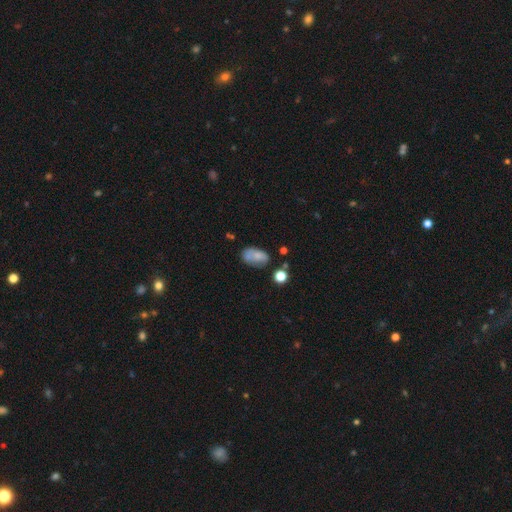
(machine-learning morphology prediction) Smooth or featured: smooth — 65% (featured or disk — 25%)
How rounded: in between — 88% (round — 10%)
Merging: none — 45% (minor disturbance — 26%)